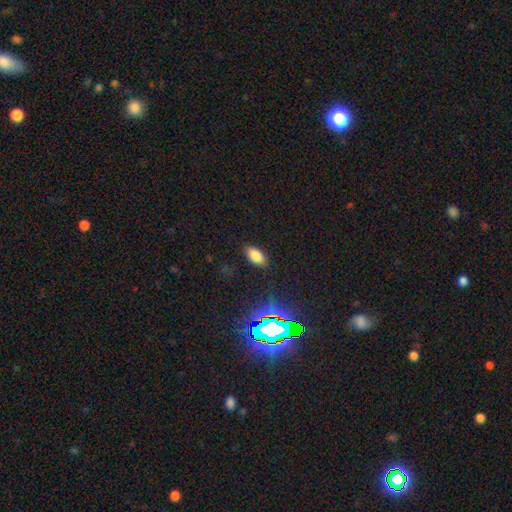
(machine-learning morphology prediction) Smooth or featured?
  - smooth: 78% *
  - star or artifact: 15%
  - featured or disk: 7%
How rounded?
  - in between: 92% *
  - cigar-shaped: 4%
  - round: 4%
Merging?
  - none: 86% *
  - minor disturbance: 10%
  - major disturbance: 3%
  - merger: 1%